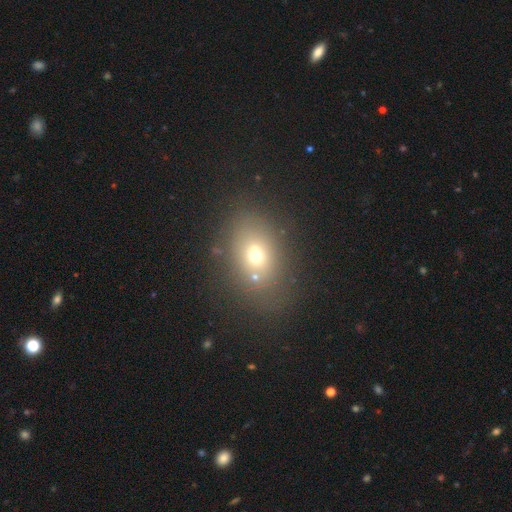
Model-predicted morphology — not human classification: Overall: smooth (63%). How rounded: in between (64%; round 34%). Merging: none (71%).